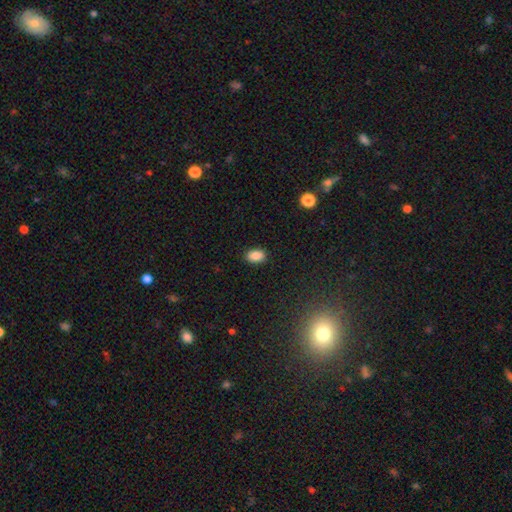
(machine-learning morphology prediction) The model was most divided on "how rounded": in between: 87%, round: 12%, cigar-shaped: 2%. More confident: merging — none (89%); smooth or featured — smooth (88%).